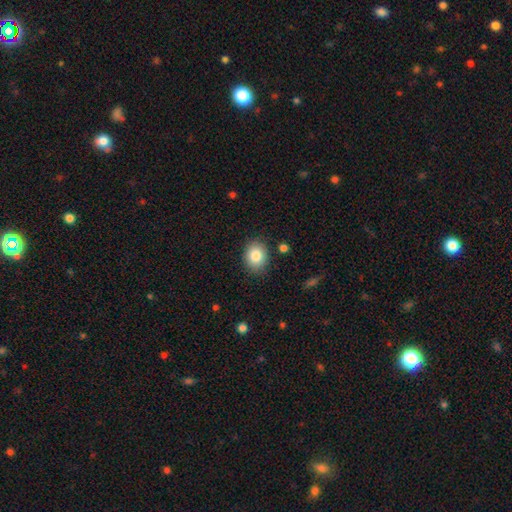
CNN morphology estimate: Smooth or featured?
  - smooth: 84% *
  - star or artifact: 9%
  - featured or disk: 7%
How rounded?
  - round: 54% *
  - in between: 45%
  - cigar-shaped: 1%
Merging?
  - none: 86% *
  - minor disturbance: 10%
  - major disturbance: 2%
  - merger: 2%